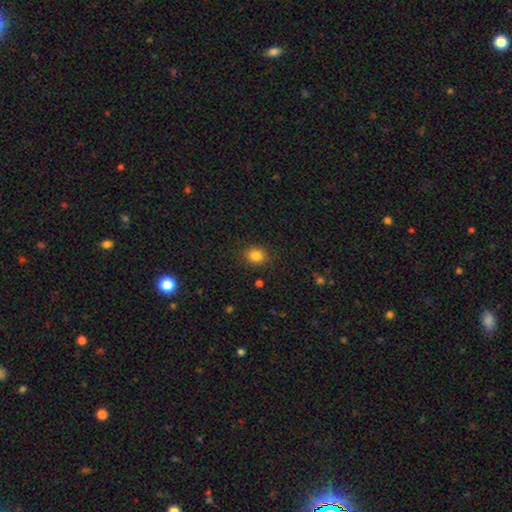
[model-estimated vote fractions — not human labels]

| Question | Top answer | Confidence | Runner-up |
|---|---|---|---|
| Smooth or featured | smooth | 84% | star or artifact (11%) |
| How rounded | round | 75% | in between (24%) |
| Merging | none | 89% | minor disturbance (8%) |